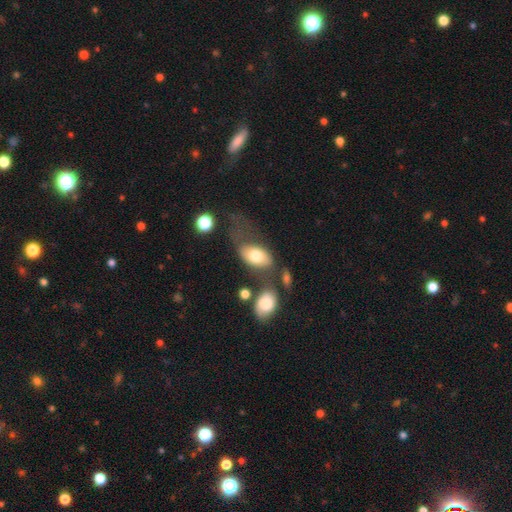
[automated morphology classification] A smooth galaxy with no disk features (70%) that is in between round and cigar-shaped (89%). Merging: none (43%).